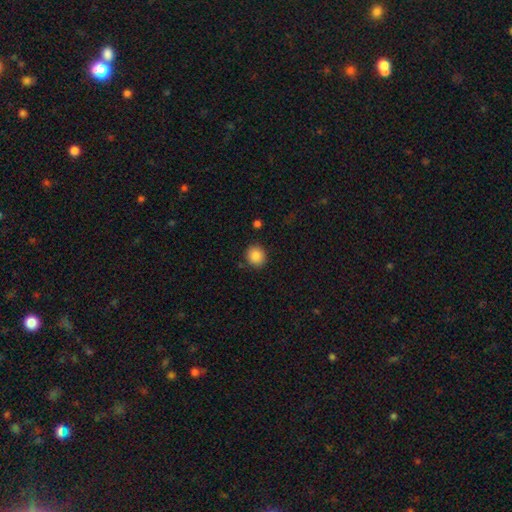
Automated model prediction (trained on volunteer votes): This appears to be a smooth galaxy with no disk features (86%) that is round (83%). Merging: none (88%).